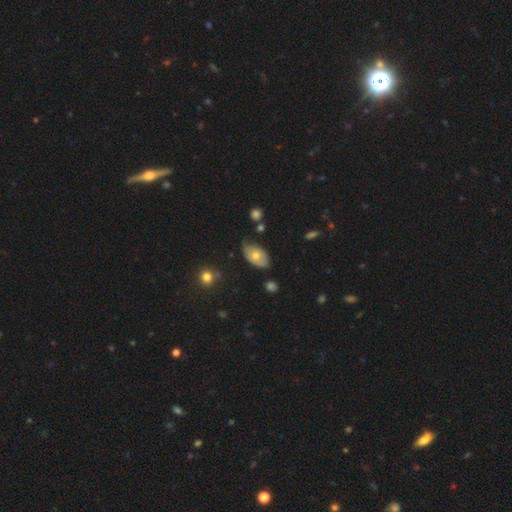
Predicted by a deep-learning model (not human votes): smooth_or_featured: smooth (p=0.61) [alt: featured or disk p=0.32]
how_rounded: in between (p=0.91) [alt: round p=0.08]
merging: none (p=0.54) [alt: minor disturbance p=0.35]